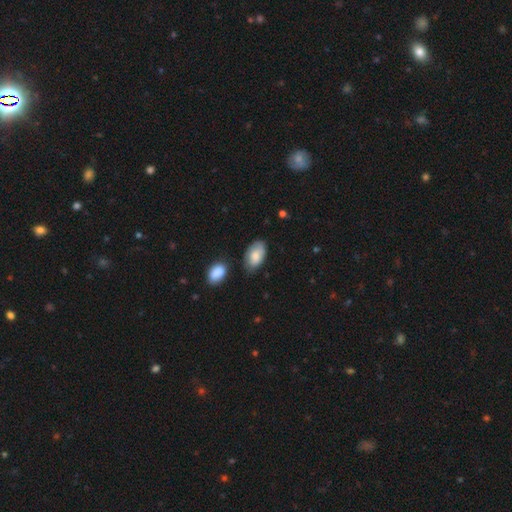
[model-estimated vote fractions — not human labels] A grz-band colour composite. It shows a smooth galaxy with no disk features (78%) that is in between round and cigar-shaped (94%). Merging: none (63%).